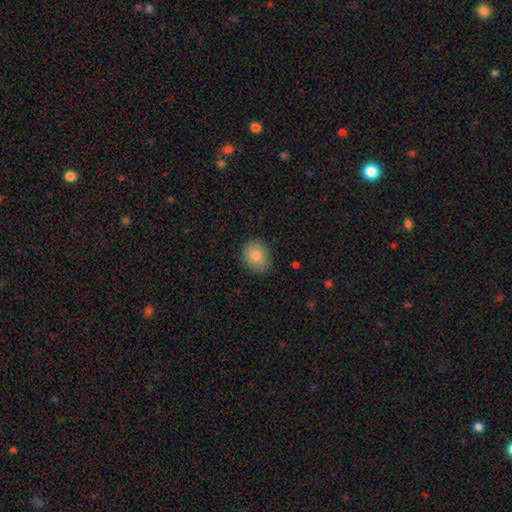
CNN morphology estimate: smooth-or-featured: smooth: 85% | star or artifact: 8% | featured or disk: 7%
  how-rounded: round: 54% | in between: 45% | cigar-shaped: 1%
  merging: none: 84% | minor disturbance: 12% | major disturbance: 3% | merger: 1%